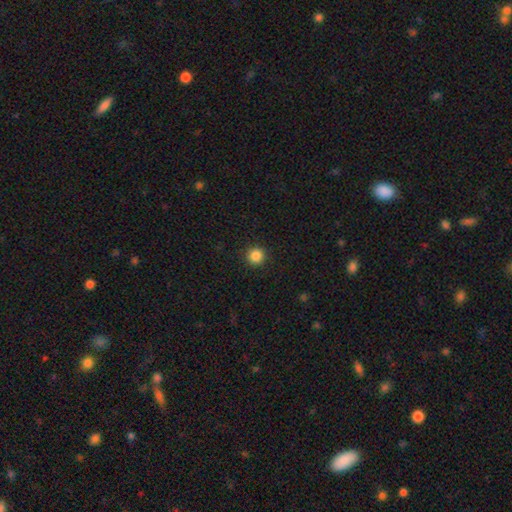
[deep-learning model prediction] Smooth or featured? smooth (85%)
How rounded? round (95%)
Merging? none (92%)